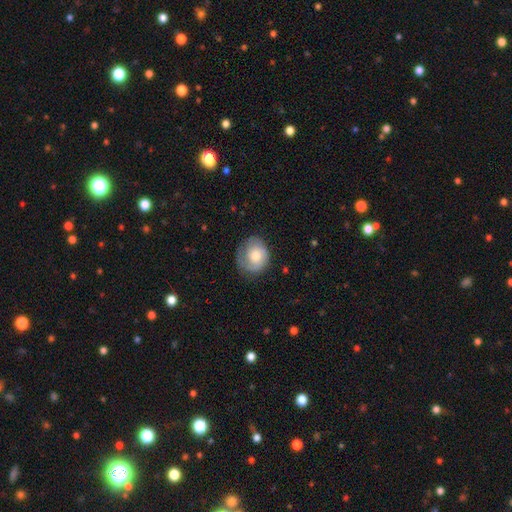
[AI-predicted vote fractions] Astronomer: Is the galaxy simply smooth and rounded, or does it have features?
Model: smooth — 52% (runner-up: featured or disk, 41%).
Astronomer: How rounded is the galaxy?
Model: round — 61% (runner-up: in between, 38%).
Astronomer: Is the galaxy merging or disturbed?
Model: none — 63%.